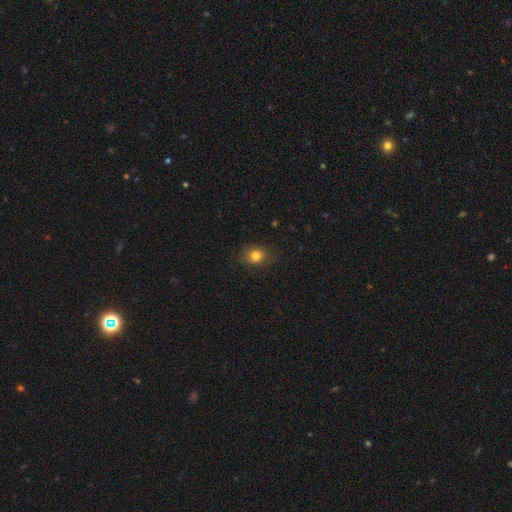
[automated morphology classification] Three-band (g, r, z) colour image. It shows a smooth galaxy with no disk features (81%) that is round (52%). Merging: none (82%).